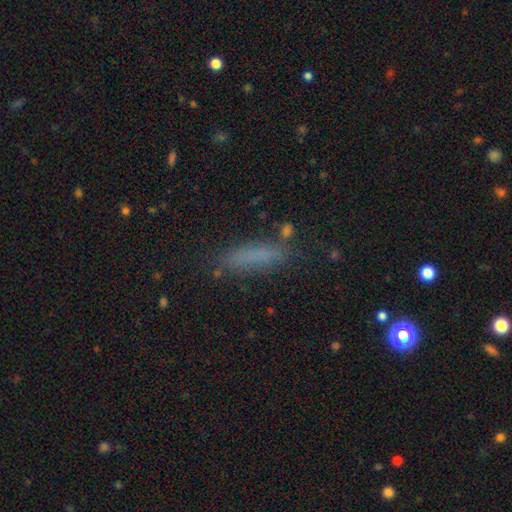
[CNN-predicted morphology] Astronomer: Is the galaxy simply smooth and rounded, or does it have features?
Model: smooth — 75%.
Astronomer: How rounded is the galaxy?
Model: cigar-shaped — 74%.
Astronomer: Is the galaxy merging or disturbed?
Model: none — 78%.